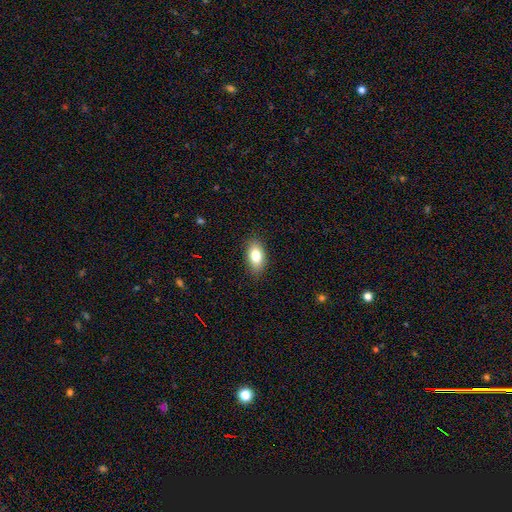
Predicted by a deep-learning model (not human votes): Smooth or featured? Predicted: smooth (p=0.81). How rounded? Predicted: in between (p=0.90). Merging? Predicted: none (p=0.87).